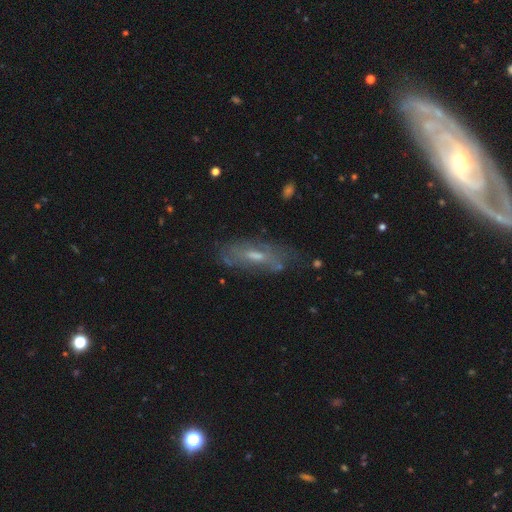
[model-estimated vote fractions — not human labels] Overall: featured or disk (58%; smooth 33%). Edge-on disk: no (75%). Merging: none (63%).